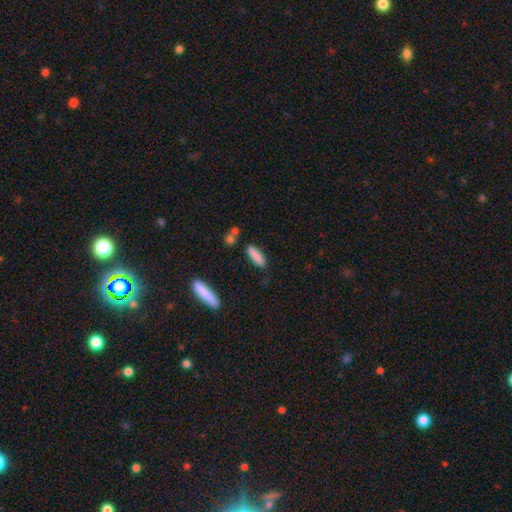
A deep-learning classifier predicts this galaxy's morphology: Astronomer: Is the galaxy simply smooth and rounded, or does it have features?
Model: smooth — 86%.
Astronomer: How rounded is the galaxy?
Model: cigar-shaped — 65%.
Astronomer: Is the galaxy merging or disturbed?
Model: none — 80%.